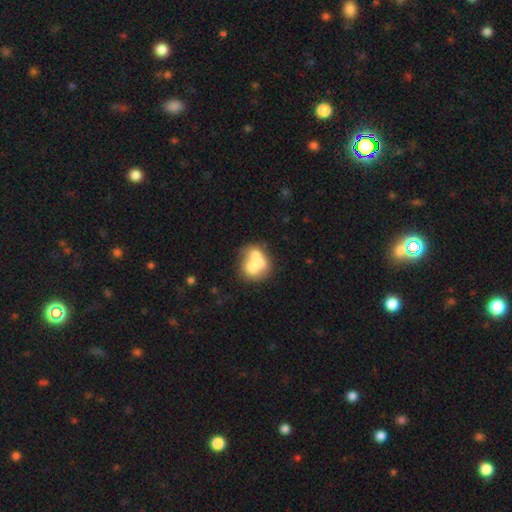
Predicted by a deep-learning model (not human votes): smooth_or_featured: smooth (p=0.51) [alt: featured or disk p=0.38]
how_rounded: round (p=0.63) [alt: in between p=0.35]
merging: merger (p=0.63) [alt: none p=0.23]